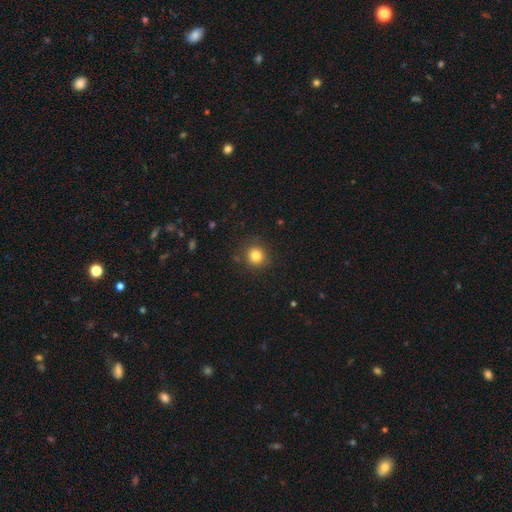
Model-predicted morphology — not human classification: A smooth galaxy with no disk features (82%) that is round (92%). Merging: none (87%).